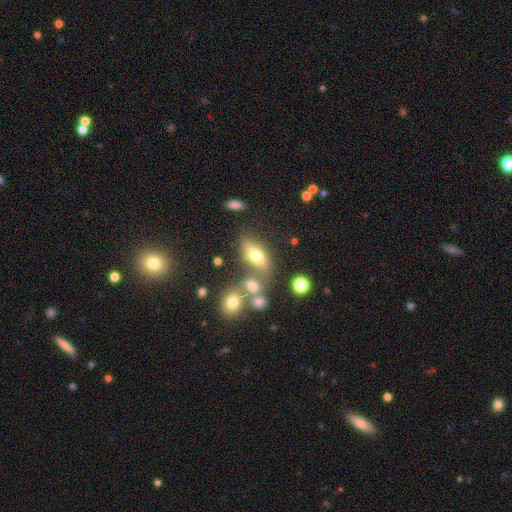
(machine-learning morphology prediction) smooth_or_featured: smooth (p=0.64) [alt: featured or disk p=0.24]
how_rounded: in between (p=0.73) [alt: cigar-shaped p=0.16]
merging: none (p=0.50) [alt: merger p=0.29]